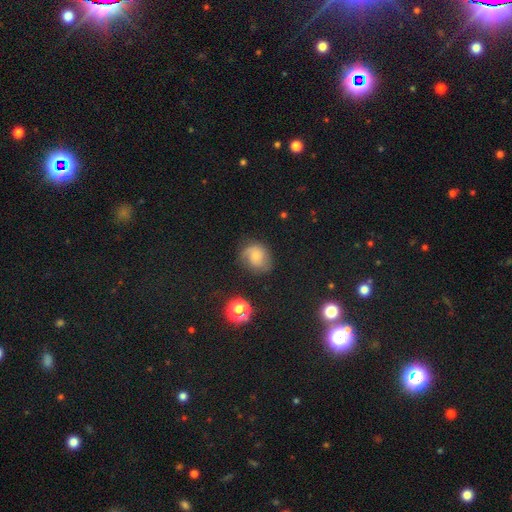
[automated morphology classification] This appears to be a smooth galaxy with no disk features (47%). Merging: none (60%).